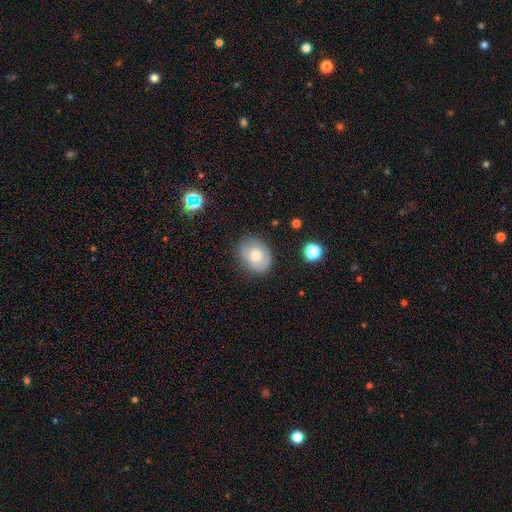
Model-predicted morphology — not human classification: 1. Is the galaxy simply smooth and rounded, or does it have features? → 62% smooth, 29% featured or disk, 9% star or artifact.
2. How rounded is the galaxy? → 60% in between, 39% round, 1% cigar-shaped.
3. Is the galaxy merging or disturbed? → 75% none, 18% minor disturbance, 5% major disturbance, 2% merger.